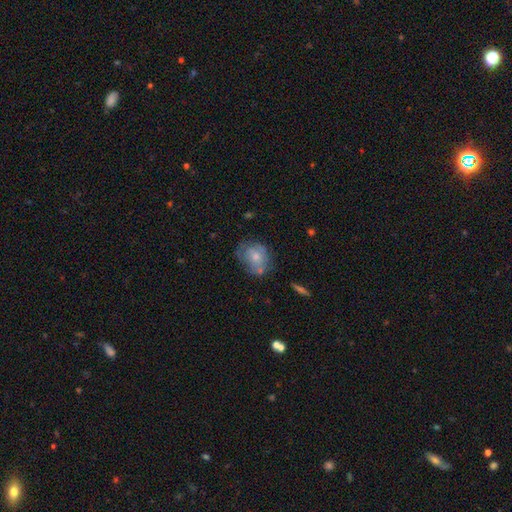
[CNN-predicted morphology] Smooth or featured? Predicted: smooth (p=0.45). Merging? Predicted: none (p=0.59).